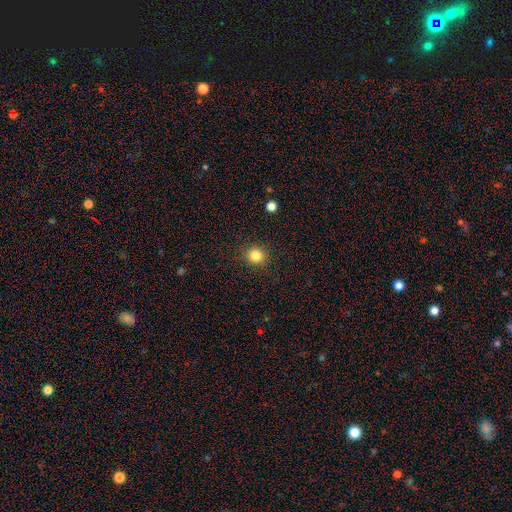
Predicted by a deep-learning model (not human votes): smooth 83%, star or artifact 12%, featured or disk 5%. Down the decision tree: how rounded — round (86%); merging — none (90%).